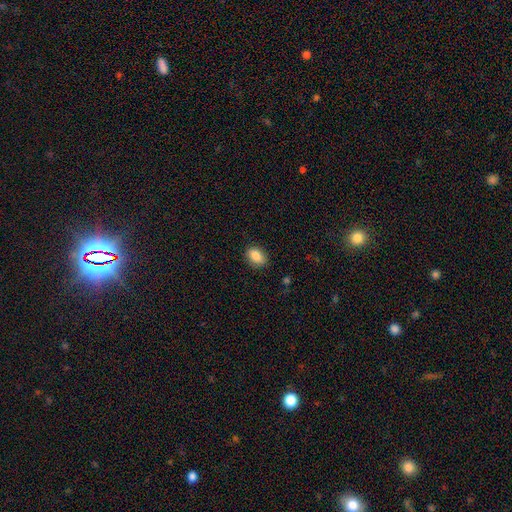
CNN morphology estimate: Q: Smooth or featured?
A: smooth (86%); runner-up: star or artifact (8%)
Q: How rounded?
A: in between (77%); runner-up: round (21%)
Q: Merging?
A: none (85%); runner-up: minor disturbance (11%)